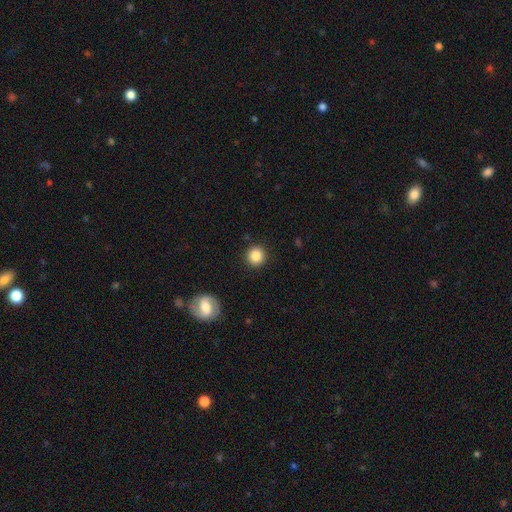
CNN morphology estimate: A smooth galaxy with no disk features (86%) that is round (94%).

Vote fractions:
- Smooth or featured? smooth: 86% / star or artifact: 9% / featured or disk: 5%
- How rounded? round: 94% / in between: 5% / cigar-shaped: 1%
- Merging? none: 91% / minor disturbance: 6% / major disturbance: 2% / merger: 1%